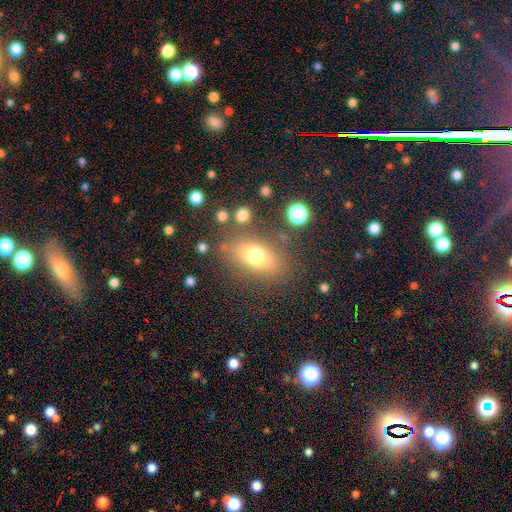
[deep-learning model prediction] This is likely a smooth galaxy (69%). How rounded: likely in between (76%). Merging: likely none (77%).